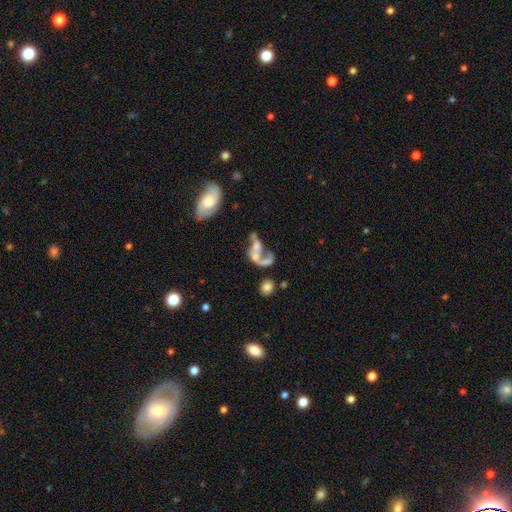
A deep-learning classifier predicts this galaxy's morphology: A featured or disk galaxy (58%) with no bar (75%), no spiral arms (55%) and no central bulge (40%). Merging: merger (48%).